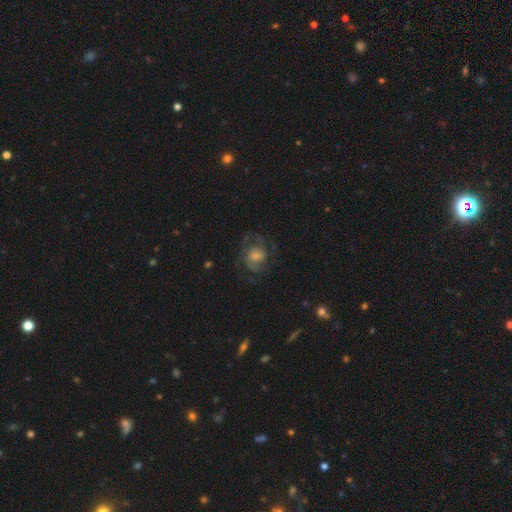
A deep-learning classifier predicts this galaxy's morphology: Smooth or featured: featured or disk — 68% (smooth — 24%)
Edge-on disk: no — 98% (yes — 2%)
Bar: no — 58% (weak — 35%)
Spiral arms: yes — 89% (no — 11%)
Spiral winding: medium — 52% (tight — 27%)
Spiral arm count: 2 — 56% (can't tell — 18%)
Bulge size: moderate — 38% (small — 36%)
Merging: none — 64% (major disturbance — 17%)